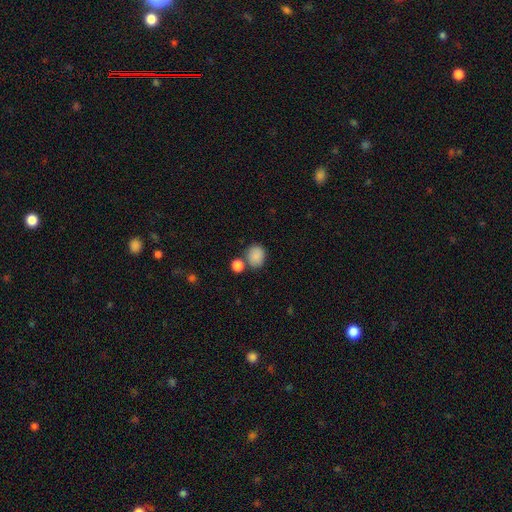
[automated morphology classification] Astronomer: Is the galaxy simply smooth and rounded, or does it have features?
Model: smooth — 86%.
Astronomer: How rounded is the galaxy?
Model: round — 62%.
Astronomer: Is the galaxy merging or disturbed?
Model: none — 65%.